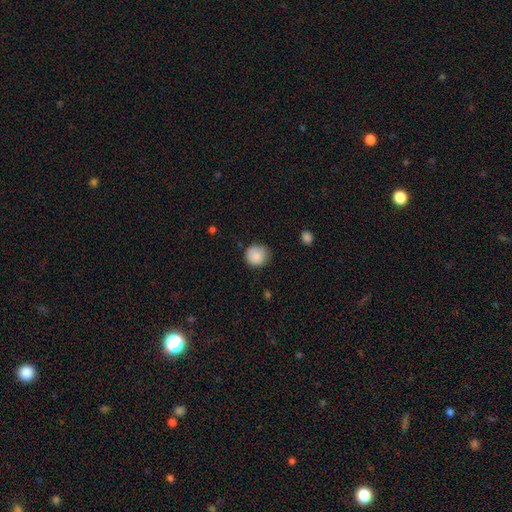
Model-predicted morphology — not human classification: This is clearly a smooth galaxy (87%). How rounded: clearly round (90%). Merging: likely none (79%).